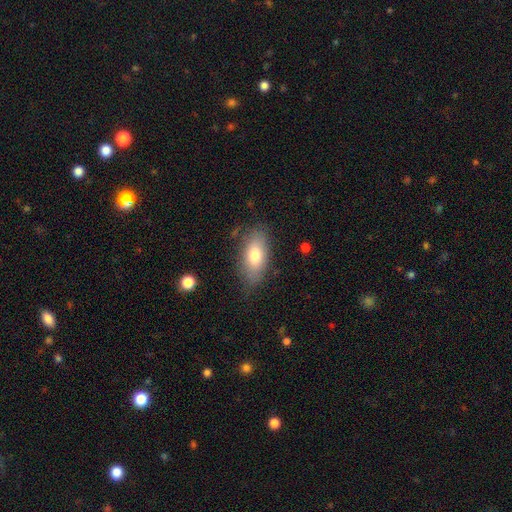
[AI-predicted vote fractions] Smooth or featured?
  - smooth: 75% *
  - featured or disk: 18%
  - star or artifact: 7%
How rounded?
  - in between: 86% *
  - cigar-shaped: 10%
  - round: 4%
Merging?
  - none: 78% *
  - minor disturbance: 17%
  - major disturbance: 4%
  - merger: 2%